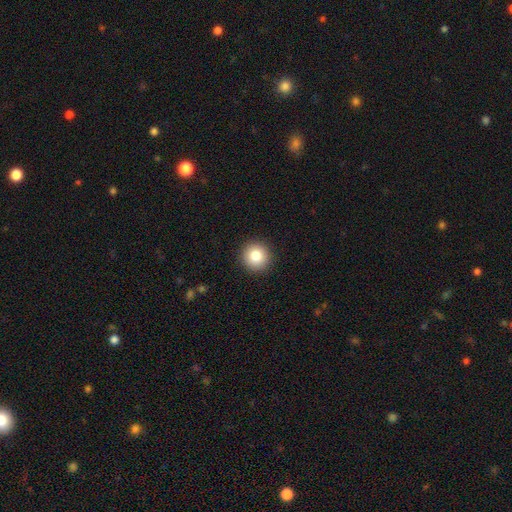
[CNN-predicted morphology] The model was most divided on "smooth or featured": smooth: 83%, star or artifact: 10%, featured or disk: 7%. More confident: how rounded — round (94%); merging — none (92%).